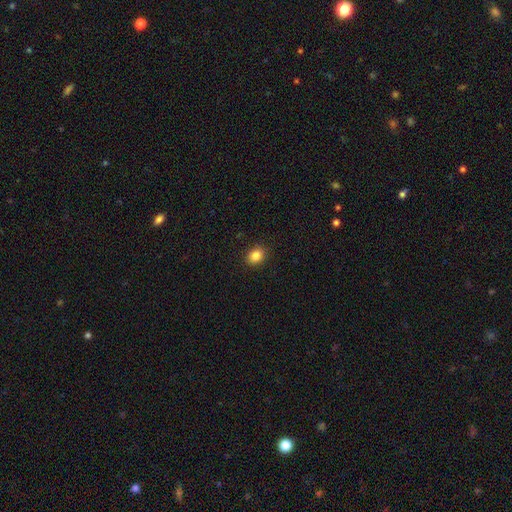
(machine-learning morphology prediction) type=smooth (85%); roundness=round (55%); merging=none (90%).